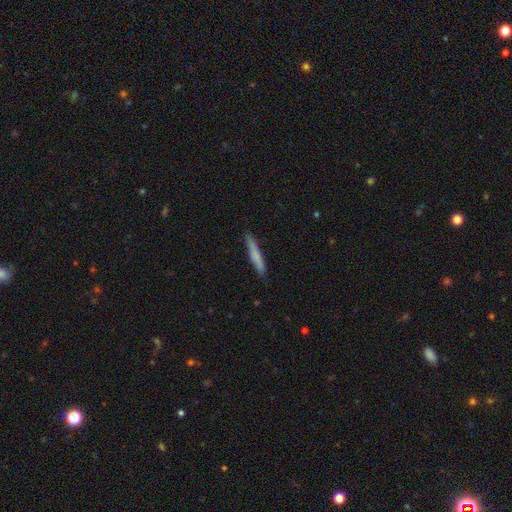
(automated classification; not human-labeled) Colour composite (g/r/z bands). It shows a smooth galaxy with no disk features (71%) that is cigar-shaped (95%). Merging: none (86%).